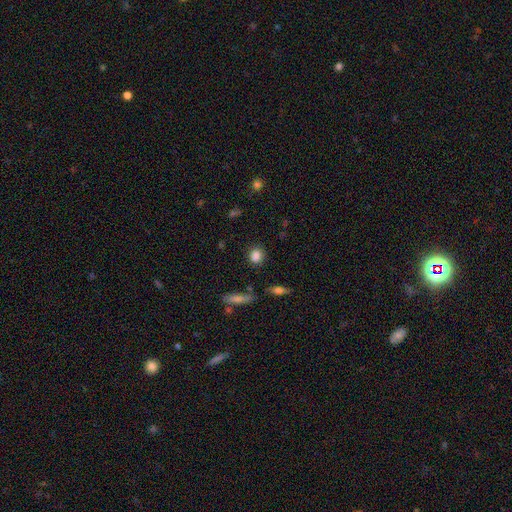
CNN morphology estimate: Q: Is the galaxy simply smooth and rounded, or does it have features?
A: smooth — 84%.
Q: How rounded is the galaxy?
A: round — 62%.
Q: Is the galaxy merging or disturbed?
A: none — 83%.